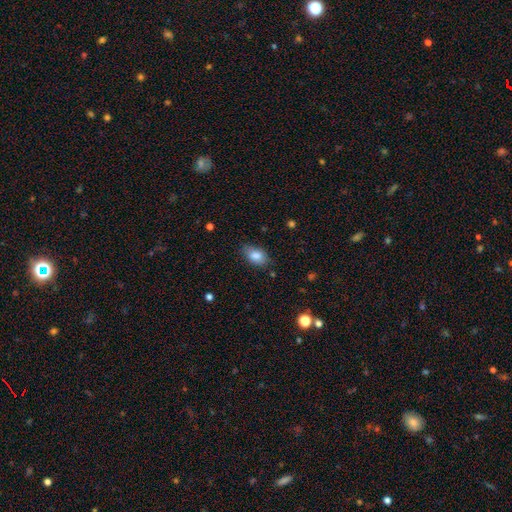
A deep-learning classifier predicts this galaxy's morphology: smooth 84%, featured or disk 8%, star or artifact 8%. Down the decision tree: how rounded — in between (84%); merging — none (76%).